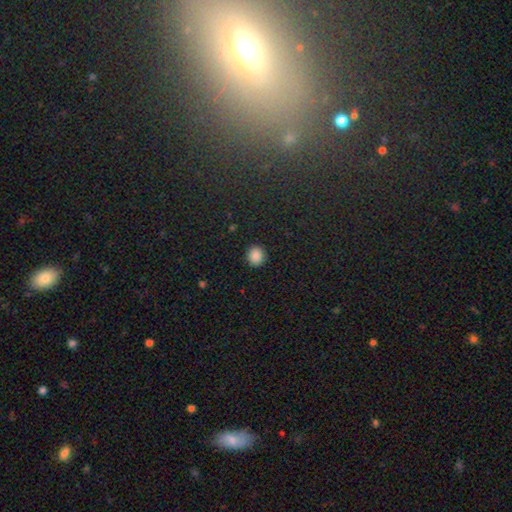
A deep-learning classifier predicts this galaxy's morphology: This appears to be a smooth galaxy with no disk features (87%) that is round (84%). Merging: none (91%).